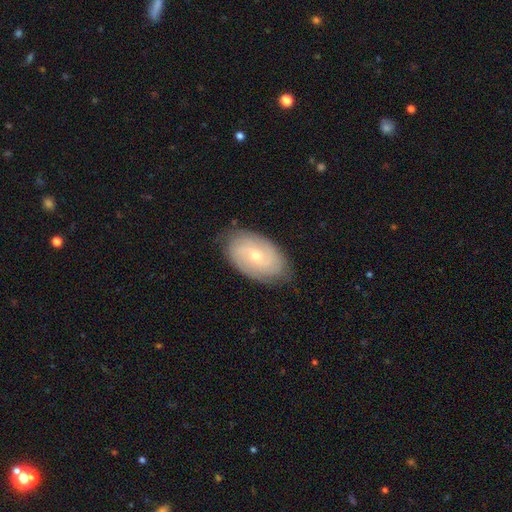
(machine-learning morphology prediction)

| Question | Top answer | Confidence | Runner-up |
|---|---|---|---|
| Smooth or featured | featured or disk | 70% | smooth (23%) |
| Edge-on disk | no | 95% | yes (5%) |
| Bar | no | 65% | weak (29%) |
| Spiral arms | yes | 87% | no (13%) |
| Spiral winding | tight | 63% | medium (28%) |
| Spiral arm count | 2 | 38% | can't tell (37%) |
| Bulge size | small | 57% | moderate (41%) |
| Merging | none | 82% | minor disturbance (14%) |